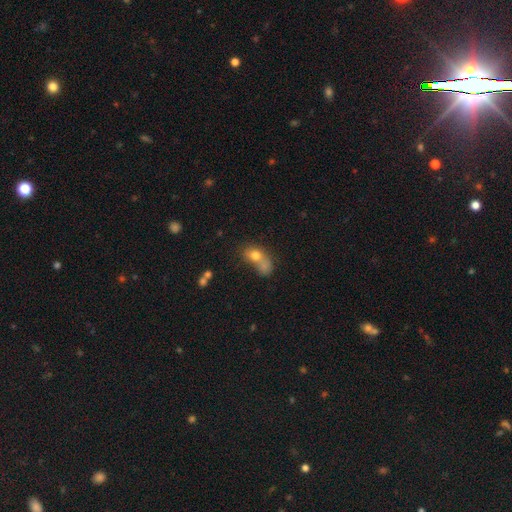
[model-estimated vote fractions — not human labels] smooth 72%, featured or disk 16%, star or artifact 12%. Down the decision tree: how rounded — in between (59%); merging — merger (56%).